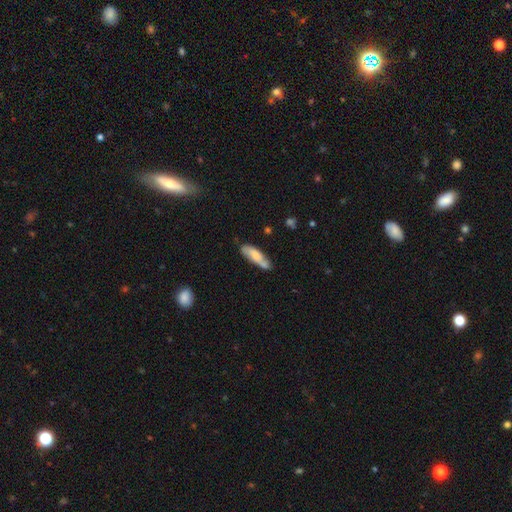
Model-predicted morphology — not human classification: The model was most divided on "how rounded": cigar-shaped: 54%, in between: 44%, round: 2%. More confident: smooth or featured — smooth (67%); merging — none (58%).